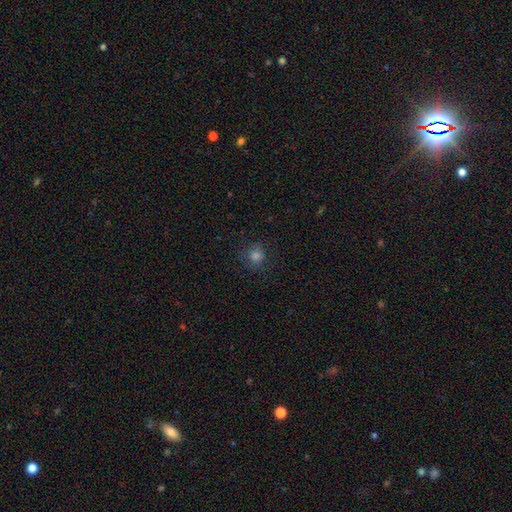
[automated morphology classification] A smooth galaxy with no disk features (72%) that is round (85%).

Vote fractions:
- Smooth or featured? smooth: 72% / star or artifact: 19% / featured or disk: 9%
- How rounded? round: 85% / in between: 14% / cigar-shaped: 1%
- Merging? none: 80% / minor disturbance: 13% / major disturbance: 6% / merger: 1%